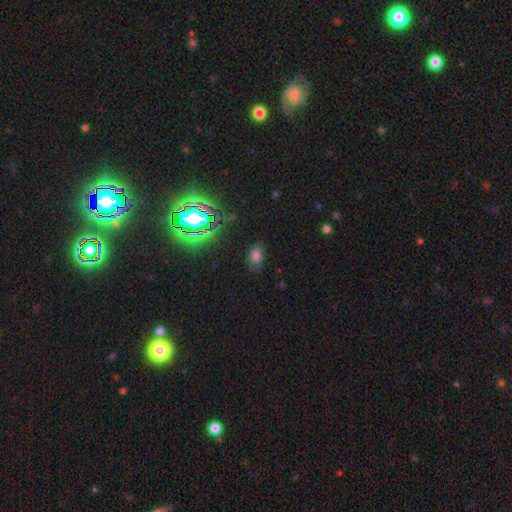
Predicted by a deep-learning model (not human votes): smooth-or-featured: smooth: 65% | star or artifact: 26% | featured or disk: 8%
  how-rounded: in between: 83% | round: 15% | cigar-shaped: 2%
  merging: none: 78% | minor disturbance: 16% | major disturbance: 5% | merger: 2%